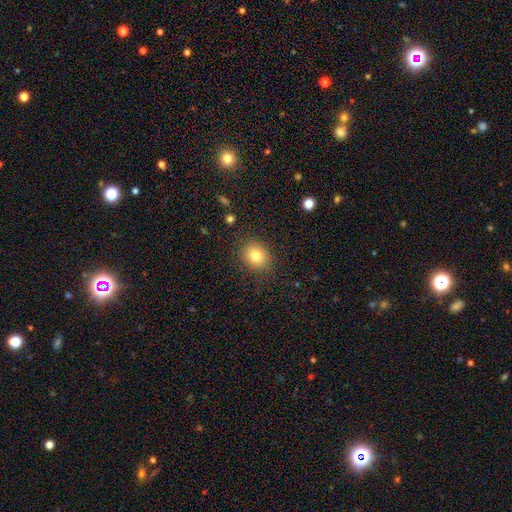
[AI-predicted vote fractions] The model was most divided on "how rounded": round: 67%, in between: 32%, cigar-shaped: 1%. More confident: merging — none (87%); smooth or featured — smooth (80%).